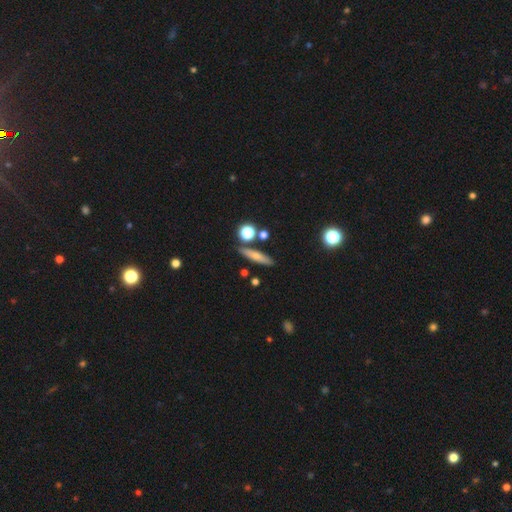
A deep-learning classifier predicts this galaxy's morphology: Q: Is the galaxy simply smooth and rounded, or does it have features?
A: smooth — 61%.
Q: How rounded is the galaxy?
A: cigar-shaped — 74%.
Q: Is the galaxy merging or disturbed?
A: none — 81%.